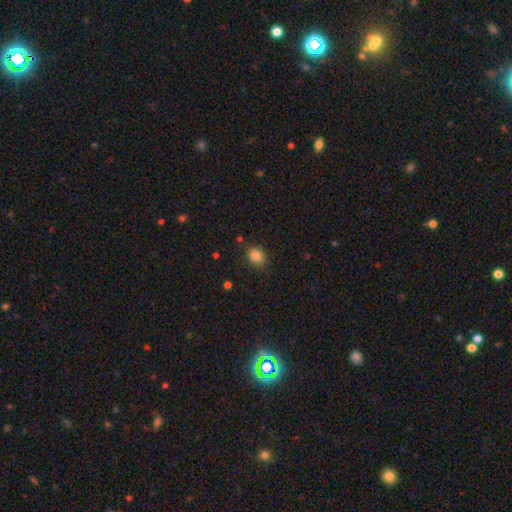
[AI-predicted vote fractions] Smooth or featured?
  - smooth: 83% *
  - star or artifact: 11%
  - featured or disk: 6%
How rounded?
  - round: 57% *
  - in between: 42%
  - cigar-shaped: 1%
Merging?
  - none: 83% *
  - minor disturbance: 12%
  - major disturbance: 3%
  - merger: 2%